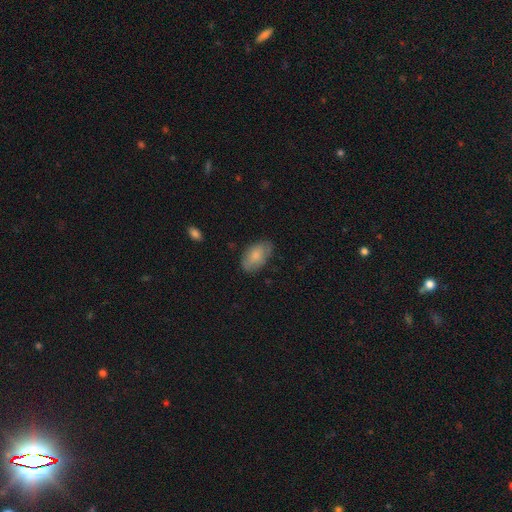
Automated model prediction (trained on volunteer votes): This appears to be a smooth galaxy with no disk features (78%) that is in between round and cigar-shaped (93%). Merging: none (74%).